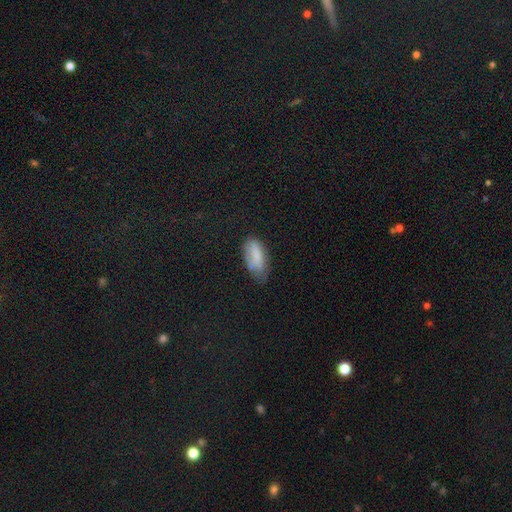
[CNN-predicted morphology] Q: Smooth or featured?
A: smooth (77%); runner-up: featured or disk (14%)
Q: How rounded?
A: in between (86%); runner-up: cigar-shaped (12%)
Q: Merging?
A: none (46%); runner-up: minor disturbance (39%)